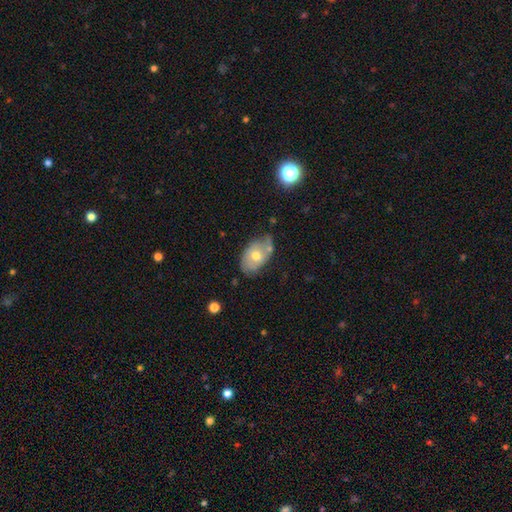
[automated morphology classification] A smooth galaxy with no disk features (58%) that is in between round and cigar-shaped (88%). Merging: none (50%).